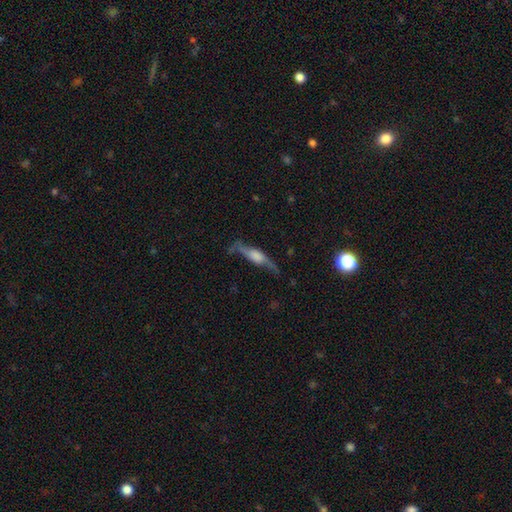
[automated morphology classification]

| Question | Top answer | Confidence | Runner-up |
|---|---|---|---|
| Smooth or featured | featured or disk | 67% | smooth (25%) |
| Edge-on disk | yes | 81% | no (19%) |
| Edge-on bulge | rounded | 60% | boxy (33%) |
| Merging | none | 61% | minor disturbance (22%) |